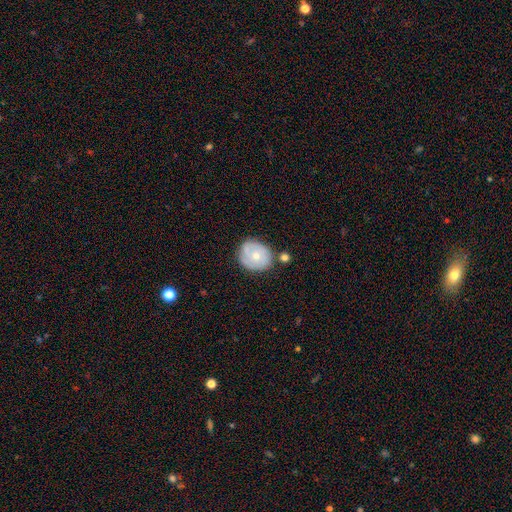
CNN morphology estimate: A featured or disk galaxy (50%). Merging: none (65%).